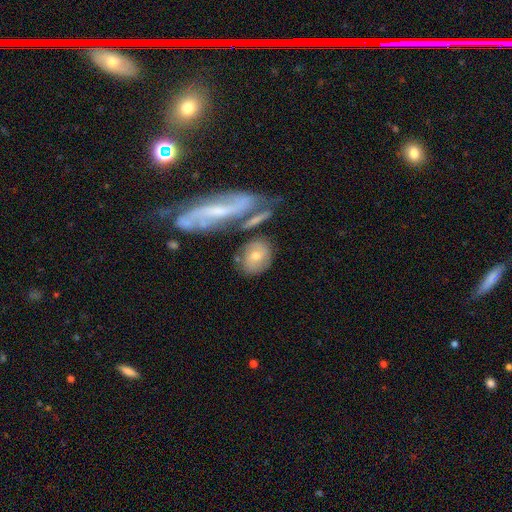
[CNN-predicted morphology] smooth 53%, featured or disk 39%, star or artifact 8%. Down the decision tree: how rounded — in between (51%); merging — none (58%).